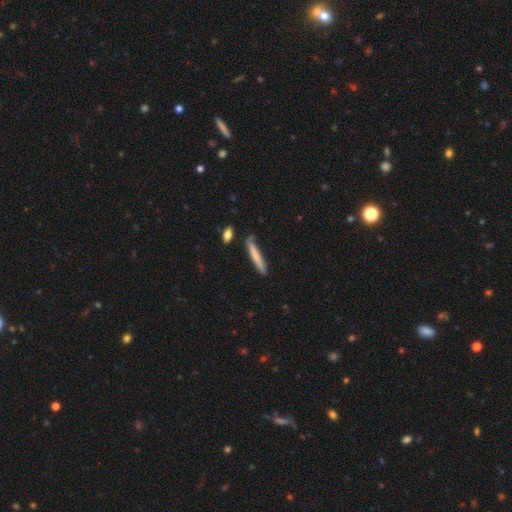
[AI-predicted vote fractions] Smooth or featured: smooth — 70% (featured or disk — 25%)
How rounded: cigar-shaped — 94% (in between — 4%)
Merging: none — 76% (minor disturbance — 17%)